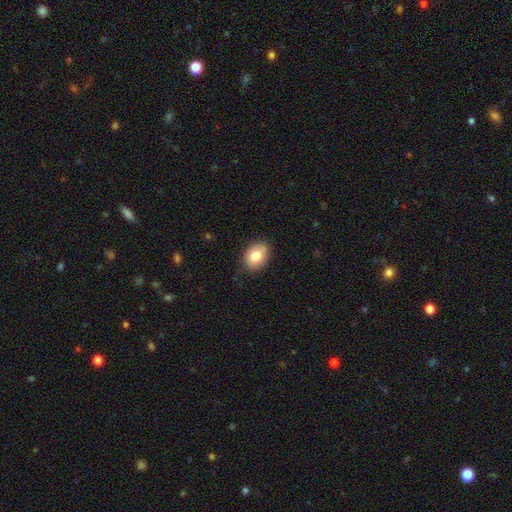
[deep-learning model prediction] The model was most divided on "how rounded": in between: 67%, round: 32%, cigar-shaped: 1%. More confident: merging — none (82%); smooth or featured — smooth (81%).